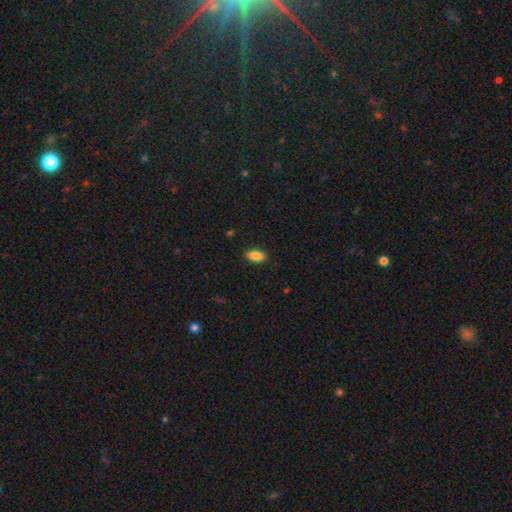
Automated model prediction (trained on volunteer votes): smooth 88%, star or artifact 8%, featured or disk 5%. Down the decision tree: how rounded — in between (90%); merging — none (88%).